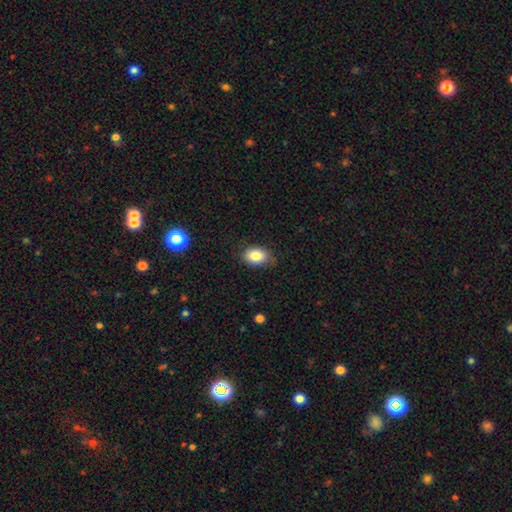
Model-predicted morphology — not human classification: Overall: smooth (84%). How rounded: in between (80%). Merging: none (78%).